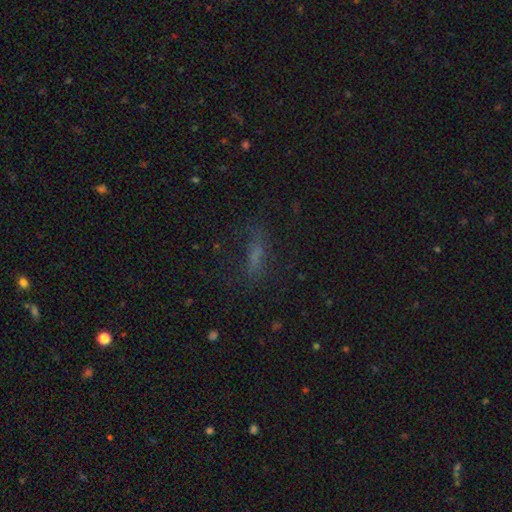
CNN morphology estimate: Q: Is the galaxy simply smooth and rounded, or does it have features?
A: smooth — 53%.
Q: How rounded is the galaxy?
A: cigar-shaped — 61%.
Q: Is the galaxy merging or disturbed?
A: none — 60%.